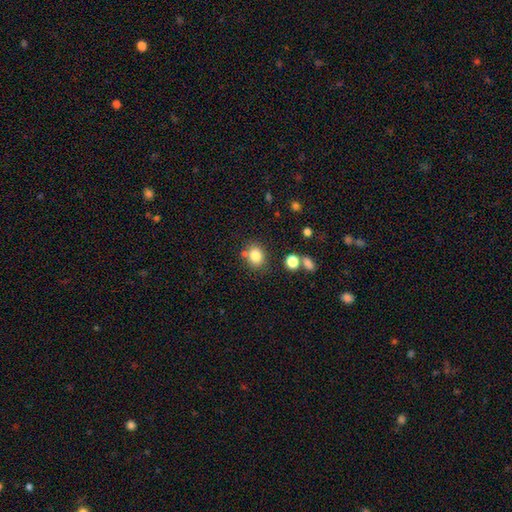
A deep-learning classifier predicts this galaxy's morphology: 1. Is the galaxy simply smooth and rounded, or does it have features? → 82% smooth, 11% star or artifact, 7% featured or disk.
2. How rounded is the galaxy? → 59% round, 40% in between, 1% cigar-shaped.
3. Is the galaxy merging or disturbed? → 71% none, 13% minor disturbance, 12% merger, 4% major disturbance.